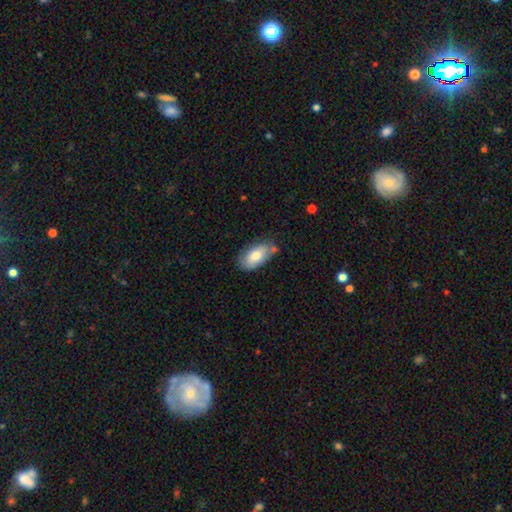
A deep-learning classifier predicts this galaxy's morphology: type=smooth (73%); roundness=in between (93%); merging=none (66%).